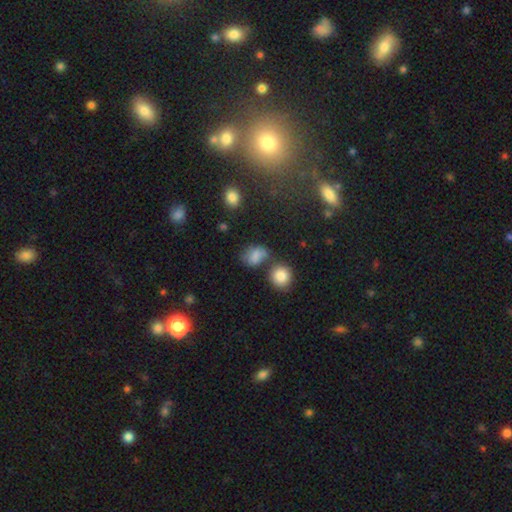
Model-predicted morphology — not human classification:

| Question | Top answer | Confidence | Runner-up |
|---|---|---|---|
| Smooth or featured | smooth | 73% | star or artifact (14%) |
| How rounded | in between | 62% | round (36%) |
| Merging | none | 45% | merger (24%) |